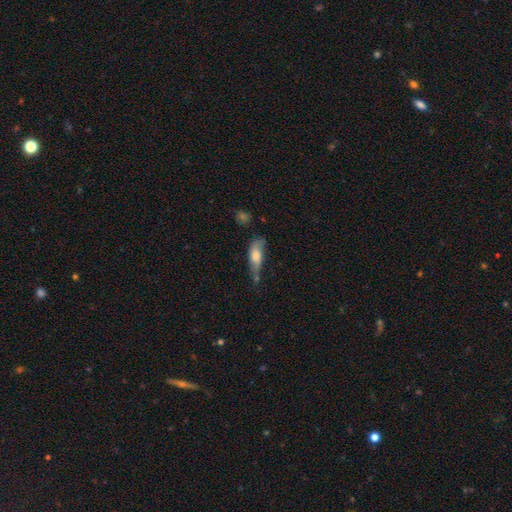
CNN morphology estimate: Smooth or featured: smooth — 57% (featured or disk — 35%)
How rounded: in between — 55% (cigar-shaped — 42%)
Merging: none — 37% (minor disturbance — 36%)